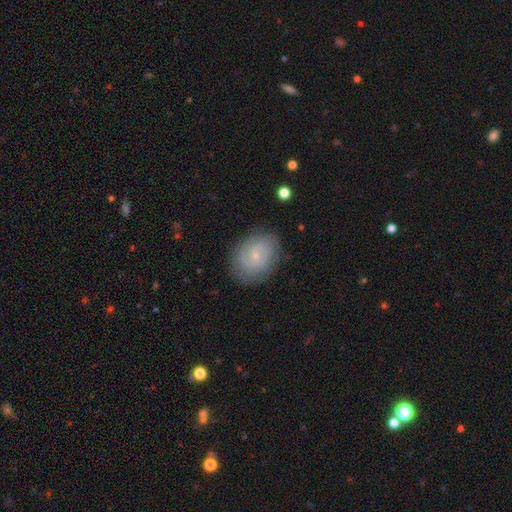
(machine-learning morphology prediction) The model was most divided on "spiral winding": tight: 57%, medium: 34%, loose: 9%. More confident: edge-on disk — no (98%); spiral arms — yes (92%); merging — none (82%); bulge size — small (79%); smooth or featured — featured or disk (75%); spiral arm count — 2 (64%); bar — no (60%).